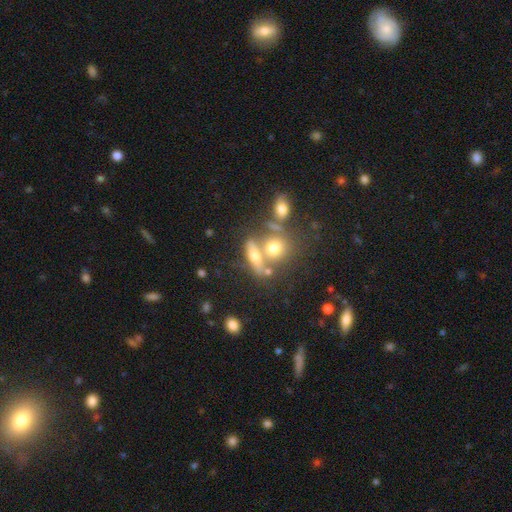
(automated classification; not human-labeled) Smooth or featured? Predicted: smooth (p=0.52). How rounded? Predicted: in between (p=0.47). Merging? Predicted: none (p=0.47).